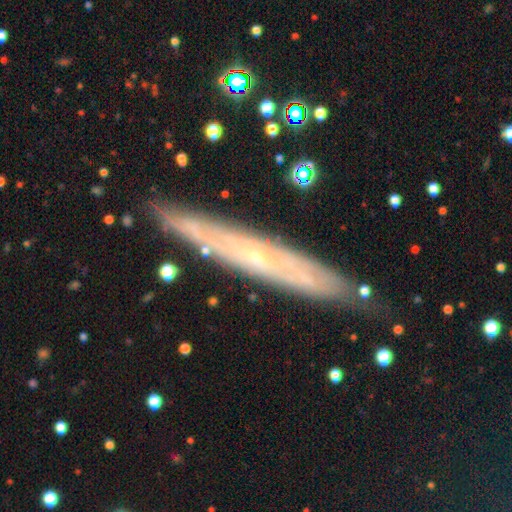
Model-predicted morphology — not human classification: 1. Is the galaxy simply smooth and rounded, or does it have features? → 71% featured or disk, 19% smooth, 10% star or artifact.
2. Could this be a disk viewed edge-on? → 68% yes, 32% no.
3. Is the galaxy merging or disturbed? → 87% none, 10% minor disturbance, 2% major disturbance, 1% merger.